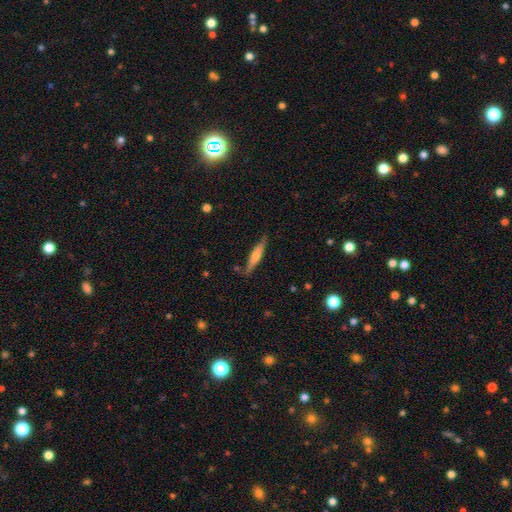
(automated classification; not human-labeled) smooth-or-featured: smooth: 48% | featured or disk: 45% | star or artifact: 6%
  merging: none: 83% | minor disturbance: 12% | major disturbance: 2% | merger: 2%